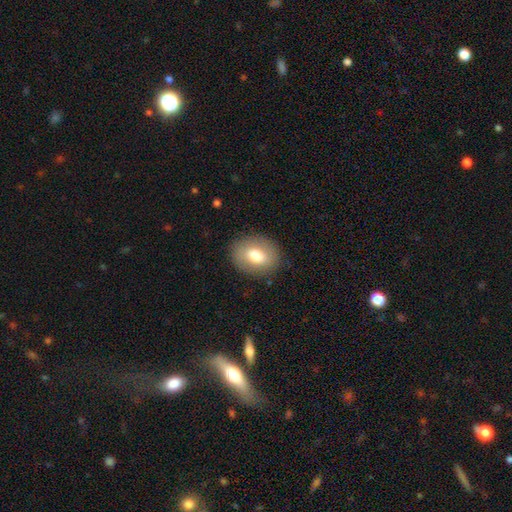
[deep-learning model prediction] smooth-or-featured: smooth: 73% | featured or disk: 19% | star or artifact: 8%
  how-rounded: in between: 58% | round: 41% | cigar-shaped: 1%
  merging: none: 86% | minor disturbance: 10% | major disturbance: 3% | merger: 1%